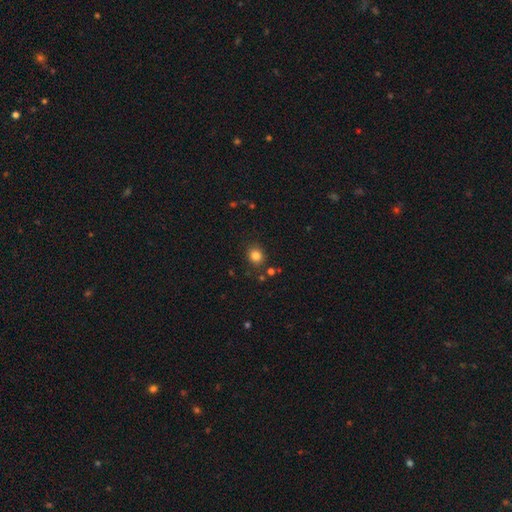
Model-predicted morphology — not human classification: type=smooth (82%); roundness=round (76%); merging=none (85%).